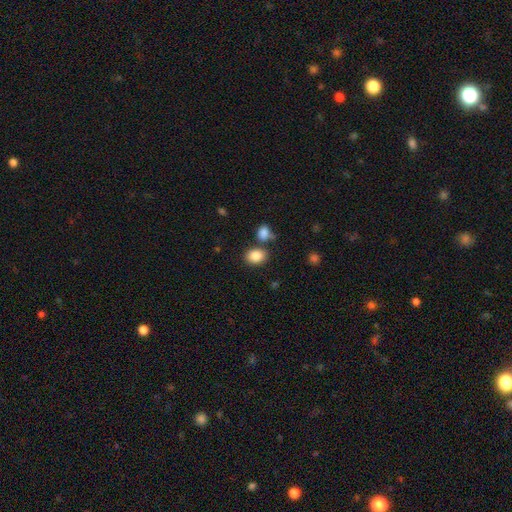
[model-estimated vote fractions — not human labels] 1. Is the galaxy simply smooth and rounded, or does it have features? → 86% smooth, 9% star or artifact, 5% featured or disk.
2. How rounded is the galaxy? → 61% in between, 38% round, 1% cigar-shaped.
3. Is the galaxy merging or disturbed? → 71% none, 15% merger, 11% minor disturbance, 3% major disturbance.